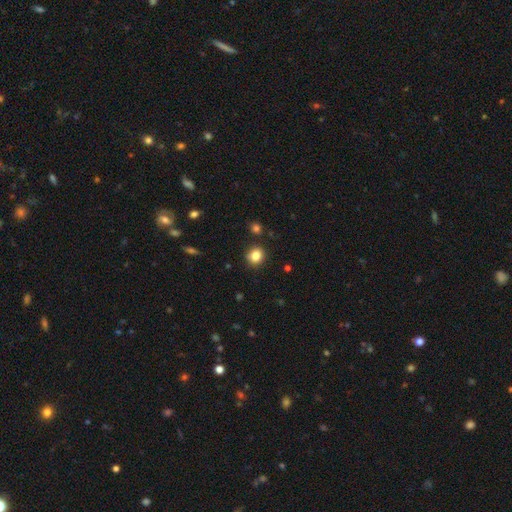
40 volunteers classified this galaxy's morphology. Volunteers were most divided on "how rounded": round: 87%, in between: 13%, cigar-shaped: 0%. More confident: smooth or featured — smooth (95%); merging — none (92%).